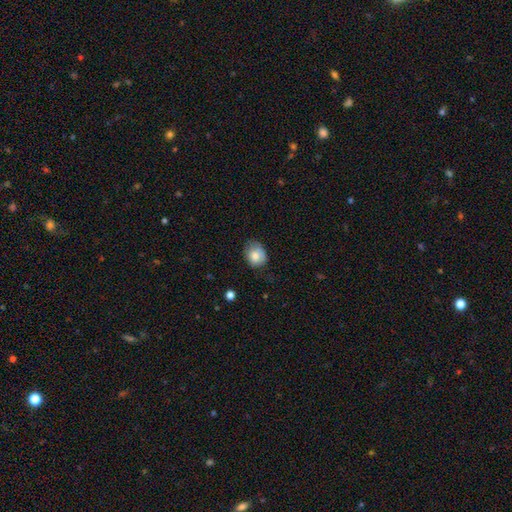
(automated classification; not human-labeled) Overall: smooth (78%). How rounded: round (54%; in between 45%). Merging: none (59%; minor disturbance 31%).